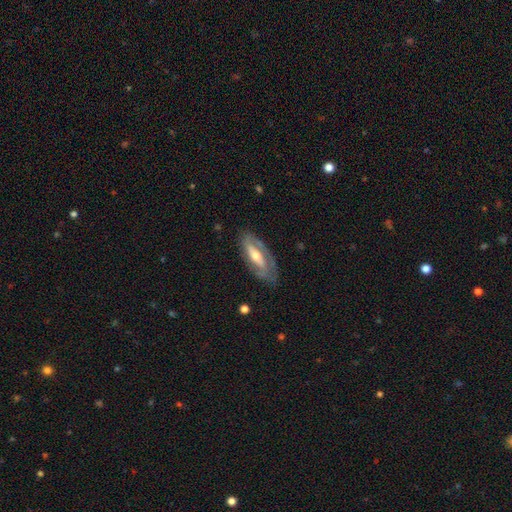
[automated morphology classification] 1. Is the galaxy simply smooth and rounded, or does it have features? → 74% featured or disk, 20% smooth, 5% star or artifact.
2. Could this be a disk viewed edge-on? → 84% no, 16% yes.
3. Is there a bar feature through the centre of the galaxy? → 38% strong, 31% weak, 30% no.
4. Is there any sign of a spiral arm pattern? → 78% yes, 22% no.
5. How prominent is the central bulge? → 63% moderate, 28% small, 7% large, 1% none, 1% dominant.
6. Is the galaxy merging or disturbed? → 75% none, 17% minor disturbance, 7% major disturbance, 1% merger.